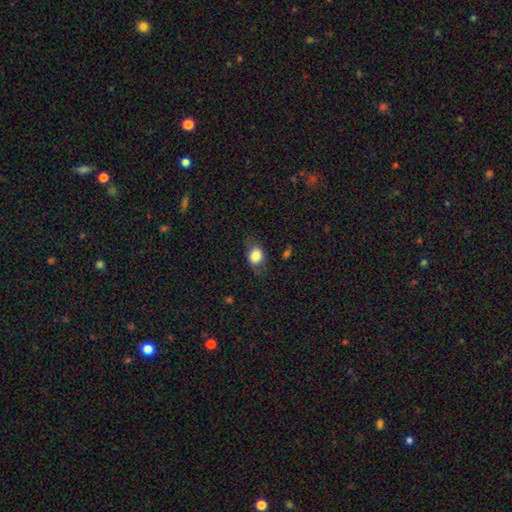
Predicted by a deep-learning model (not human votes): smooth 80%, featured or disk 11%, star or artifact 9%. Down the decision tree: how rounded — in between (50%); merging — none (68%).